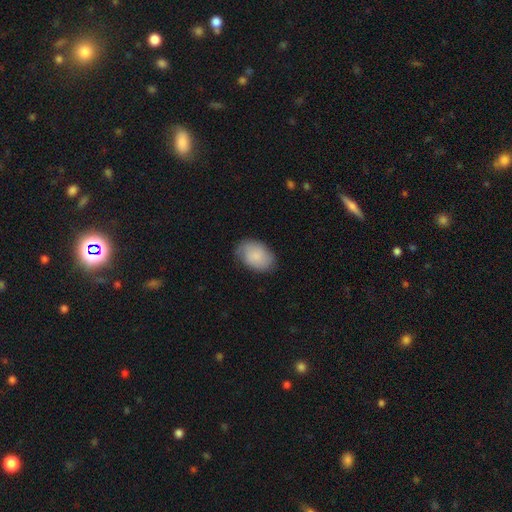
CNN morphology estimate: Smooth or featured?
  - smooth: 78% *
  - featured or disk: 16%
  - star or artifact: 6%
How rounded?
  - in between: 83% *
  - round: 16%
  - cigar-shaped: 1%
Merging?
  - none: 74% *
  - minor disturbance: 20%
  - major disturbance: 5%
  - merger: 1%